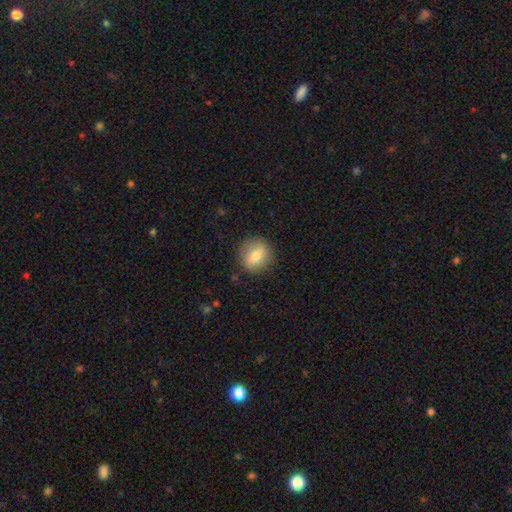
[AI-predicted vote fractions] Smooth or featured: smooth — 68% (featured or disk — 24%)
How rounded: round — 85% (in between — 13%)
Merging: none — 86% (minor disturbance — 10%)